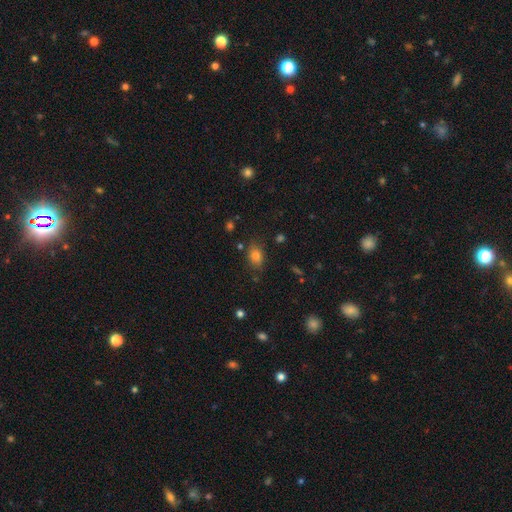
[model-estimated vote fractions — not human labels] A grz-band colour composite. It shows a smooth galaxy with no disk features (80%) that is in between round and cigar-shaped (75%). Merging: none (77%).